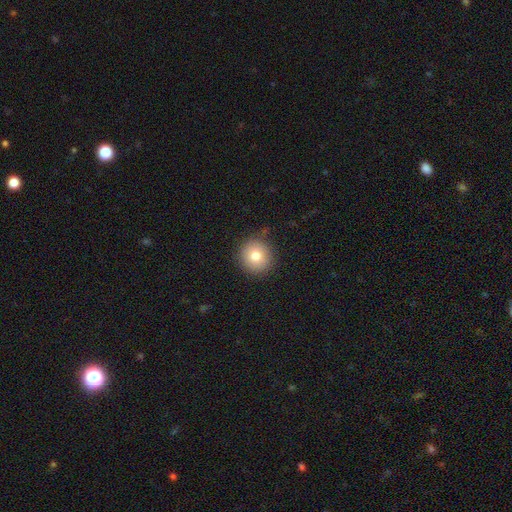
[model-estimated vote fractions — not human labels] A smooth galaxy with no disk features (78%) that is round (93%). Merging: none (86%).